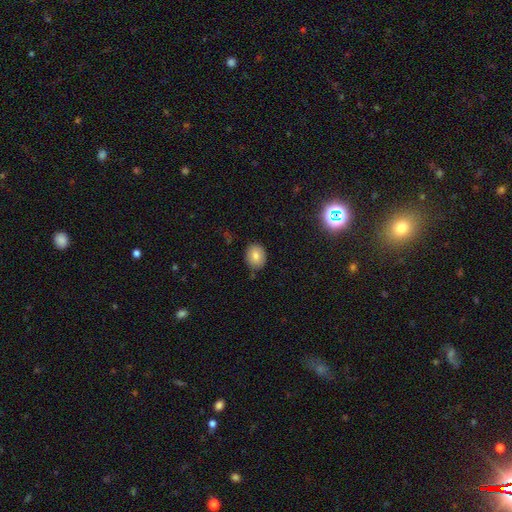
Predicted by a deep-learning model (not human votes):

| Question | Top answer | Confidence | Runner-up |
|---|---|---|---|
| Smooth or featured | smooth | 79% | star or artifact (11%) |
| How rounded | round | 59% | in between (40%) |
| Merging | none | 81% | minor disturbance (14%) |